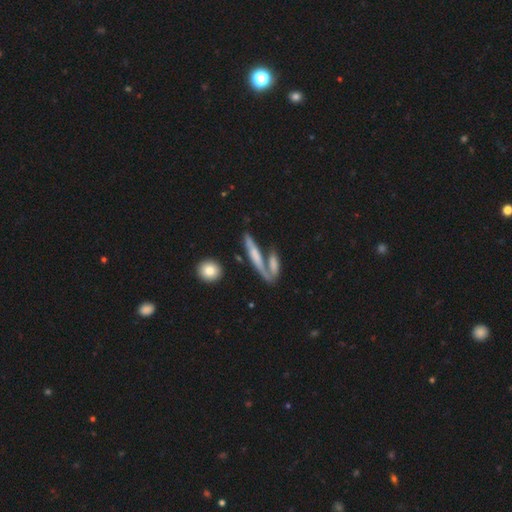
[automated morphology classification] This is possibly a featured or disk galaxy (48%). Merging: marginally none (44%).